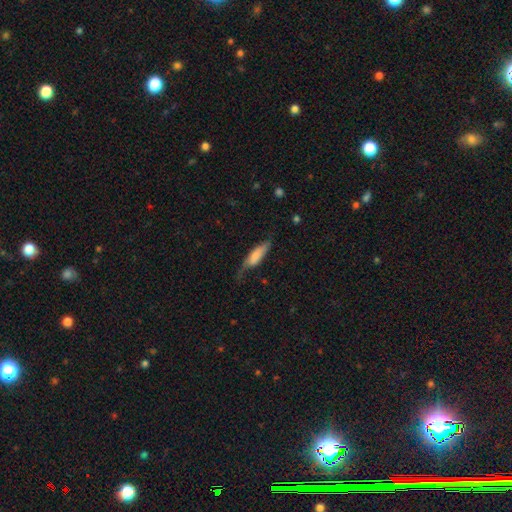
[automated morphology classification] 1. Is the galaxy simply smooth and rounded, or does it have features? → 68% smooth, 26% featured or disk, 6% star or artifact.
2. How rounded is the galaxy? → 51% in between, 47% cigar-shaped, 2% round.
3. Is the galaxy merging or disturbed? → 41% none, 36% minor disturbance, 20% major disturbance, 3% merger.